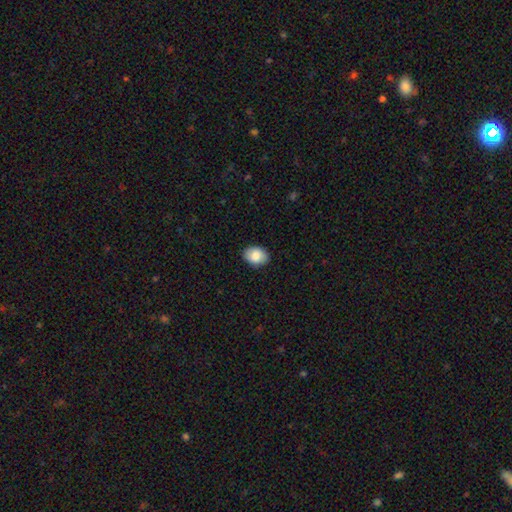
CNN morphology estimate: The model was most divided on "how rounded": in between: 76%, round: 23%, cigar-shaped: 1%. More confident: merging — none (88%); smooth or featured — smooth (83%).